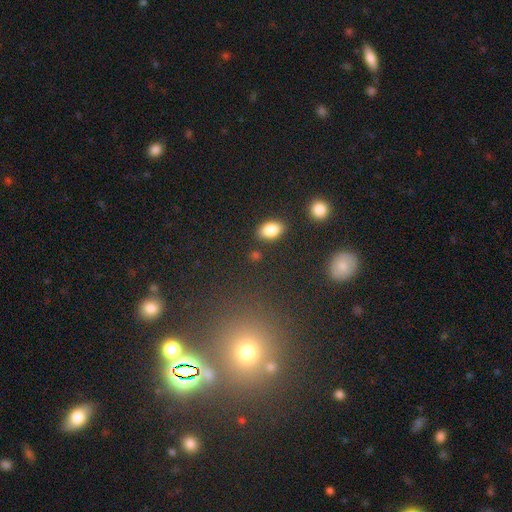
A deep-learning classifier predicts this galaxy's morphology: This is likely a smooth galaxy (76%). How rounded: clearly in between (80%). Merging: clearly none (87%).